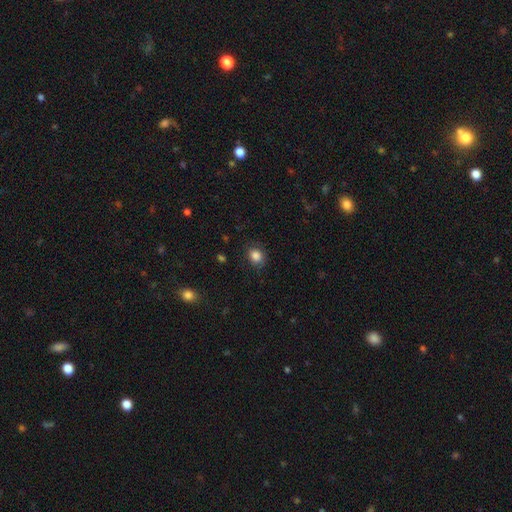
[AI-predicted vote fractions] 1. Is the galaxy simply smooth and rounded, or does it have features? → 85% smooth, 10% star or artifact, 5% featured or disk.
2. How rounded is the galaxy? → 62% round, 37% in between, 1% cigar-shaped.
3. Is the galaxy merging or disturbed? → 82% none, 13% minor disturbance, 4% major disturbance, 1% merger.